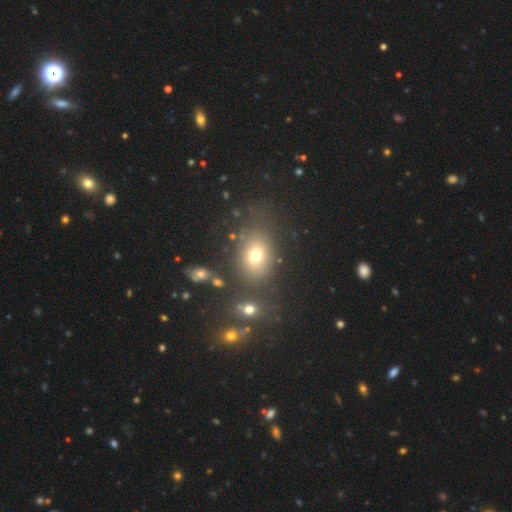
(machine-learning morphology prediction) smooth 70%, star or artifact 16%, featured or disk 13%. Down the decision tree: how rounded — in between (57%); merging — none (73%).